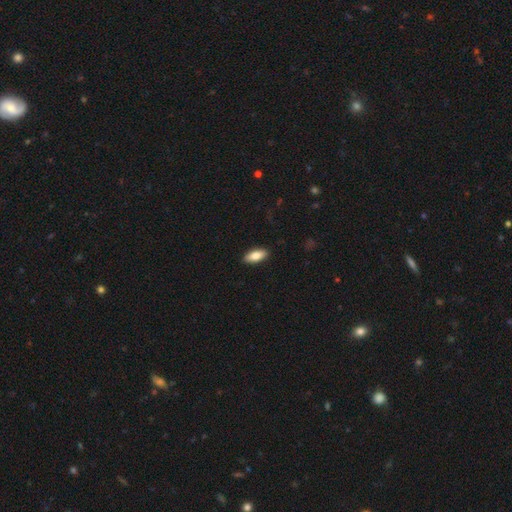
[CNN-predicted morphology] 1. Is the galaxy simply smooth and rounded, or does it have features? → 83% smooth, 11% featured or disk, 6% star or artifact.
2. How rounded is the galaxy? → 81% in between, 16% cigar-shaped, 2% round.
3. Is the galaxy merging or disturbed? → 90% none, 7% minor disturbance, 2% major disturbance, 1% merger.